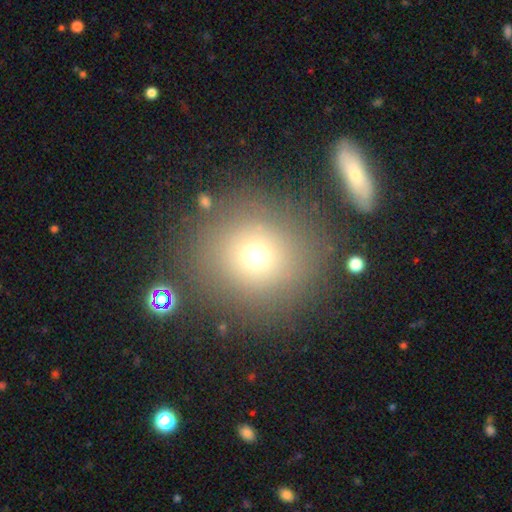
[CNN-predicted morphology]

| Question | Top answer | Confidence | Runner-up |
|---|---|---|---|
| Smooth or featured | smooth | 68% | star or artifact (18%) |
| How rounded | round | 89% | in between (10%) |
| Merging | none | 79% | minor disturbance (9%) |